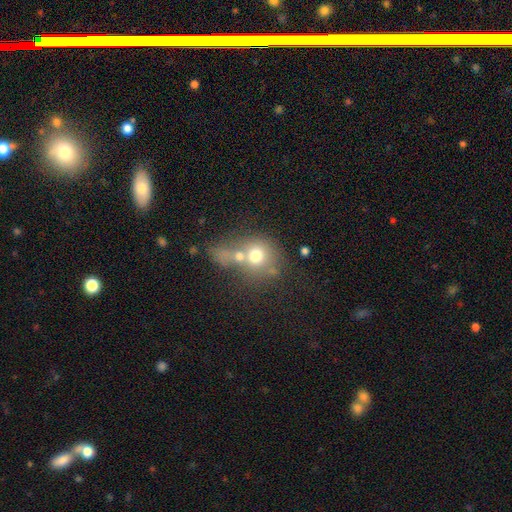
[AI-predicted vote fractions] smooth_or_featured: smooth (p=0.64) [alt: featured or disk p=0.23]
how_rounded: round (p=0.75) [alt: in between p=0.23]
merging: merger (p=0.56) [alt: none p=0.27]